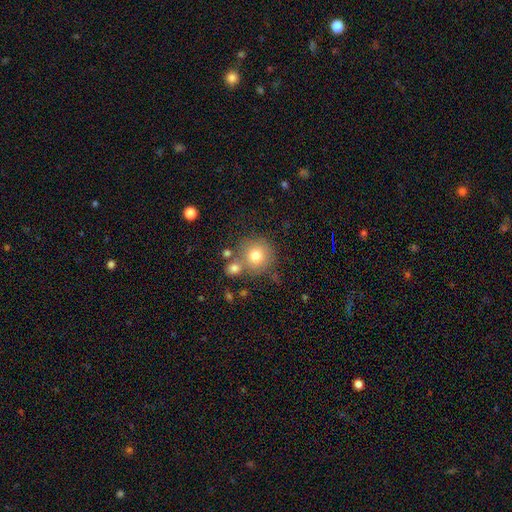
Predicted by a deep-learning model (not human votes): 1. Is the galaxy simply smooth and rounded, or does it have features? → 76% smooth, 13% featured or disk, 11% star or artifact.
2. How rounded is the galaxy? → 91% round, 8% in between, 1% cigar-shaped.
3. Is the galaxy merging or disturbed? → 65% none, 18% merger, 12% minor disturbance, 5% major disturbance.